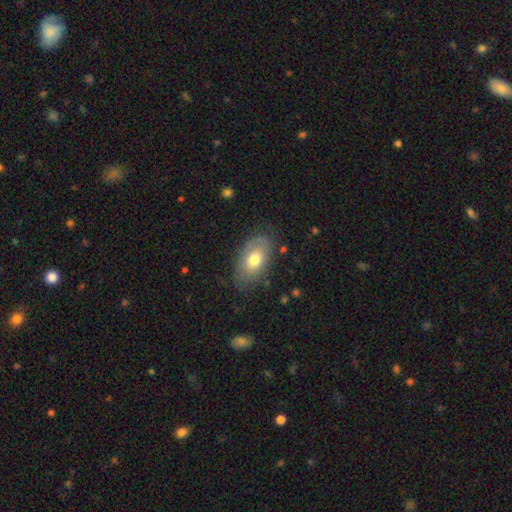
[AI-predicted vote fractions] Q: Smooth or featured?
A: smooth (65%); runner-up: featured or disk (22%)
Q: How rounded?
A: in between (90%); runner-up: round (8%)
Q: Merging?
A: none (85%); runner-up: minor disturbance (11%)